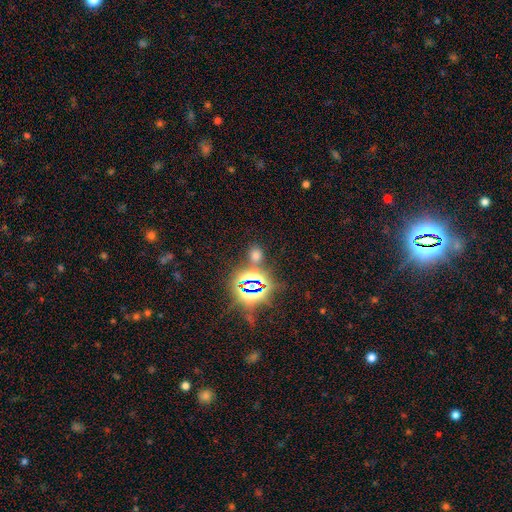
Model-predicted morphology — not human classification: smooth_or_featured: smooth (p=0.48) [alt: star or artifact p=0.46]
merging: none (p=0.77) [alt: merger p=0.10]